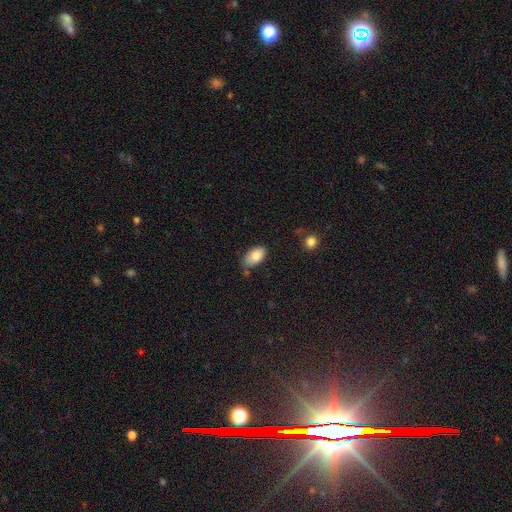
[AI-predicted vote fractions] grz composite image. It shows a smooth galaxy with no disk features (84%) that is in between round and cigar-shaped (93%). Merging: none (63%).